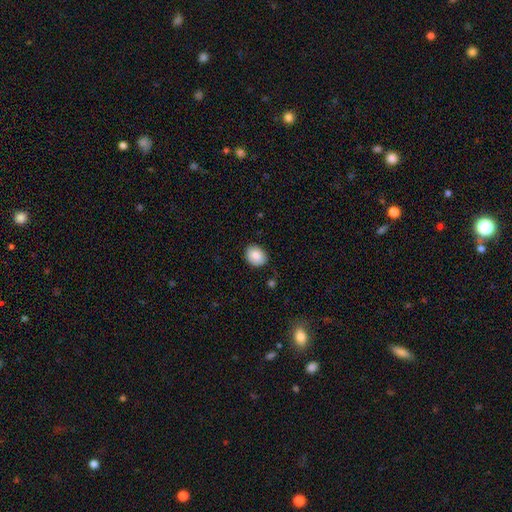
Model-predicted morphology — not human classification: smooth-or-featured: smooth: 86% | star or artifact: 8% | featured or disk: 6%
  how-rounded: in between: 53% | round: 46% | cigar-shaped: 1%
  merging: none: 85% | minor disturbance: 11% | major disturbance: 2% | merger: 1%